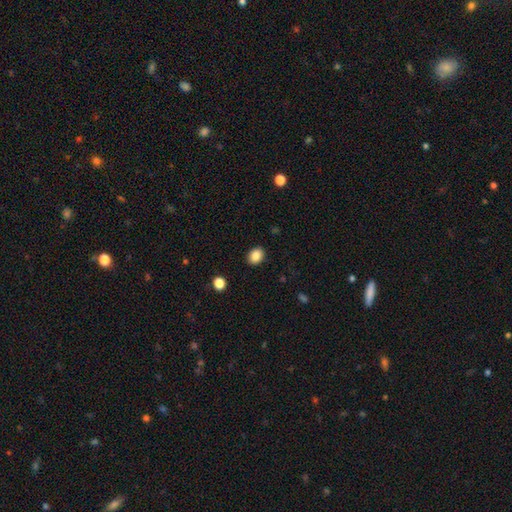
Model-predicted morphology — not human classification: A smooth galaxy with no disk features (86%) that is in between round and cigar-shaped (61%).

Vote fractions:
- Smooth or featured? smooth: 86% / star or artifact: 9% / featured or disk: 5%
- How rounded? in between: 61% / round: 38% / cigar-shaped: 1%
- Merging? none: 90% / minor disturbance: 7% / major disturbance: 2% / merger: 1%